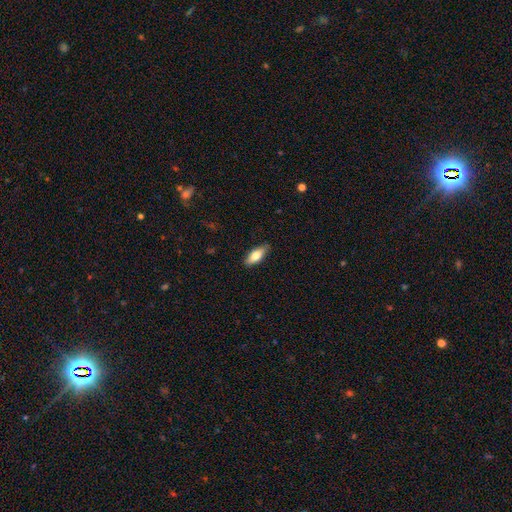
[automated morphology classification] A smooth galaxy with no disk features (71%) that is in between round and cigar-shaped (73%). Merging: none (87%).